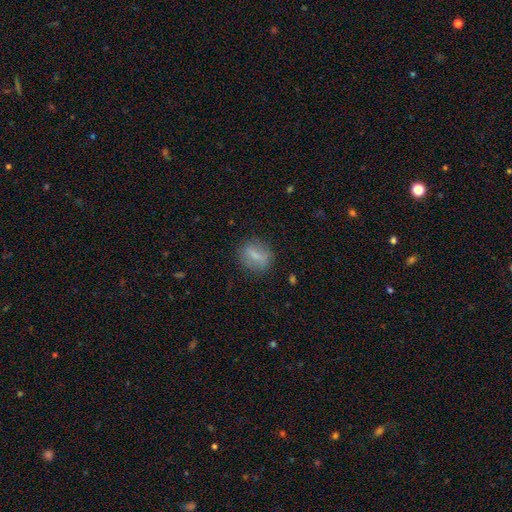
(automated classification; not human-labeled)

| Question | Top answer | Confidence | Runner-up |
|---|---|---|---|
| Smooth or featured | smooth | 68% | featured or disk (23%) |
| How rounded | round | 49% | in between (46%) |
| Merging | none | 79% | minor disturbance (15%) |